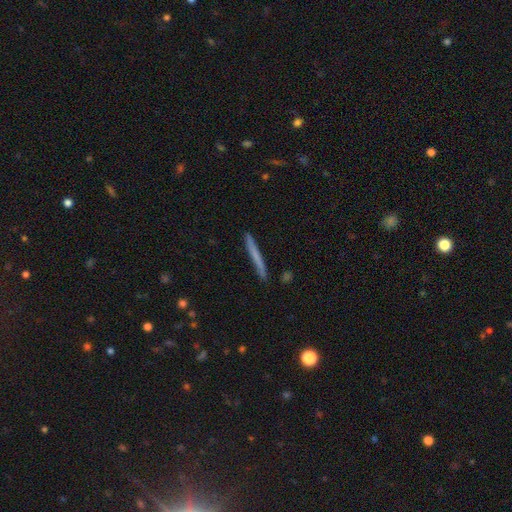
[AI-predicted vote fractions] The model was most divided on "smooth or featured": smooth: 60%, featured or disk: 34%, star or artifact: 6%. More confident: how rounded — cigar-shaped (97%); merging — none (91%).